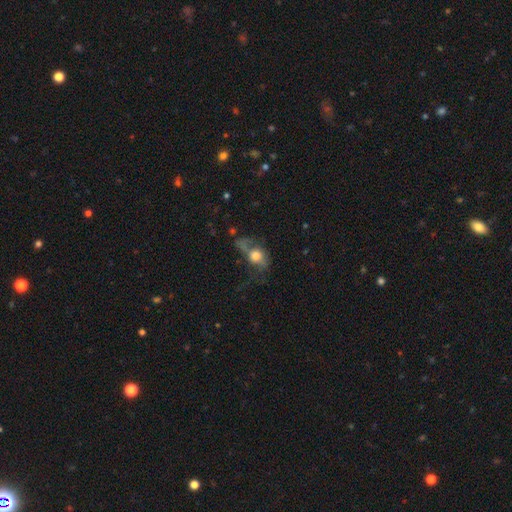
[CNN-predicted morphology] smooth 53%, featured or disk 36%, star or artifact 11%. Down the decision tree: how rounded — in between (53%); merging — major disturbance (39%).